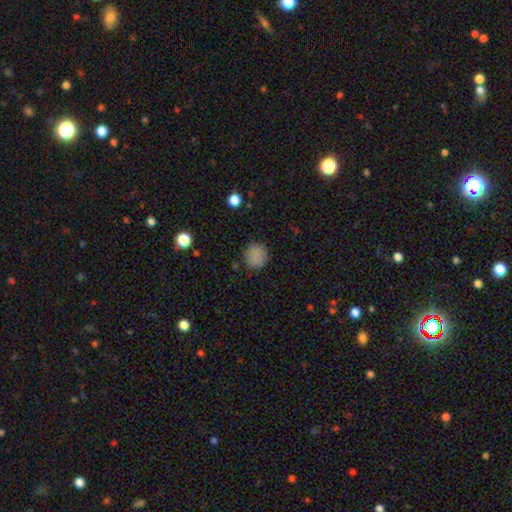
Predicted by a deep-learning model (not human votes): Q: Smooth or featured?
A: smooth (84%); runner-up: star or artifact (11%)
Q: How rounded?
A: round (86%); runner-up: in between (13%)
Q: Merging?
A: none (84%); runner-up: minor disturbance (11%)